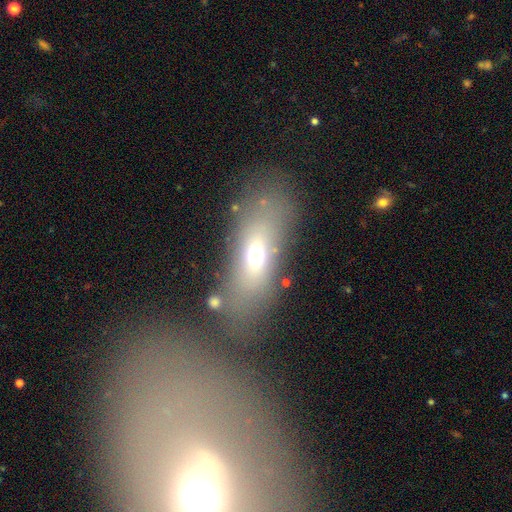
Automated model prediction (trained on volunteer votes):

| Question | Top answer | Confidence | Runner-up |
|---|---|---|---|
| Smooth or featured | smooth | 60% | featured or disk (26%) |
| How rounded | in between | 72% | cigar-shaped (21%) |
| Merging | none | 53% | merger (18%) |